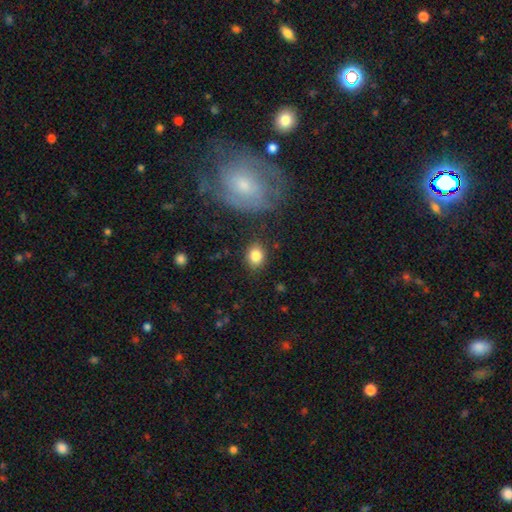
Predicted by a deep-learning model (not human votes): Morphology: type=smooth (84%); roundness=in between (51%); merging=none (85%).